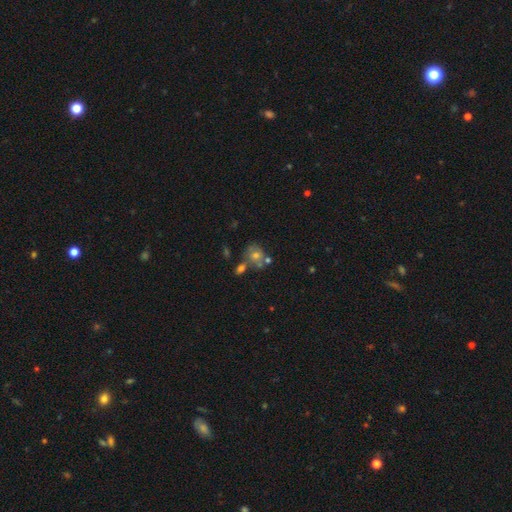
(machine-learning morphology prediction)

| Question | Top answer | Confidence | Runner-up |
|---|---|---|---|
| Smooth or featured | smooth | 55% | featured or disk (28%) |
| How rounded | round | 60% | in between (39%) |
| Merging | none | 45% | merger (31%) |